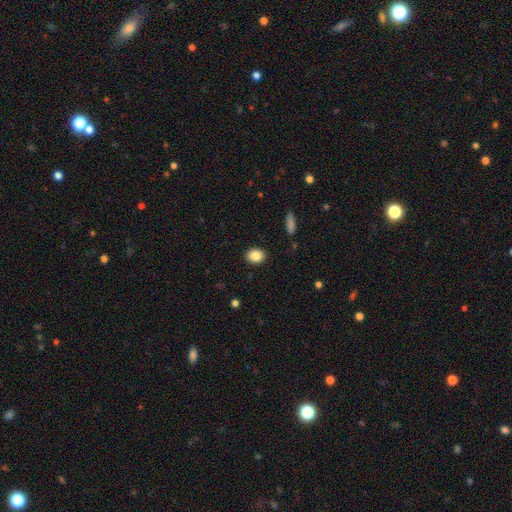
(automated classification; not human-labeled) Q: Smooth or featured?
A: smooth (86%); runner-up: star or artifact (8%)
Q: How rounded?
A: round (54%); runner-up: in between (45%)
Q: Merging?
A: none (91%); runner-up: minor disturbance (6%)